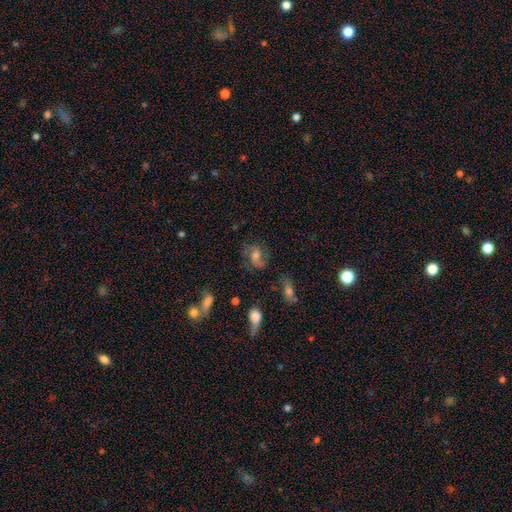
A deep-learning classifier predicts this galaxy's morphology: Smooth or featured? featured or disk (55%)
Edge-on disk? no (95%)
Bar? no (50%)
Spiral arms? yes (84%)
Bulge size? moderate (55%)
Merging? none (70%)